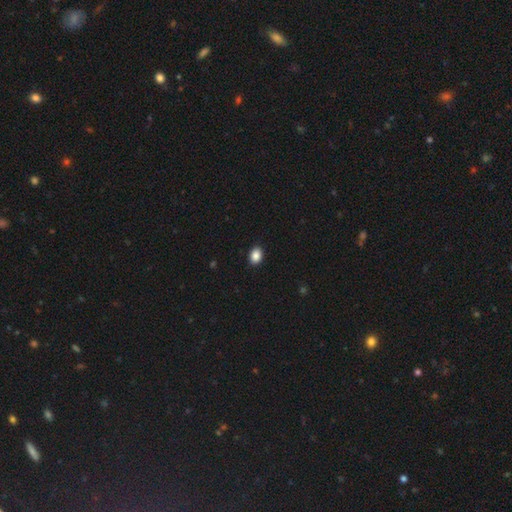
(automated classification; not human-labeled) Smooth or featured?
  - smooth: 88% *
  - star or artifact: 9%
  - featured or disk: 4%
How rounded?
  - in between: 74% *
  - round: 25%
  - cigar-shaped: 1%
Merging?
  - none: 91% *
  - minor disturbance: 7%
  - major disturbance: 2%
  - merger: 1%